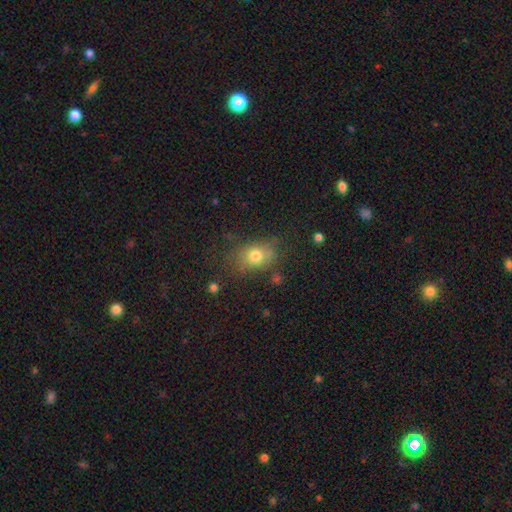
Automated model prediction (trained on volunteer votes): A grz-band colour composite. It shows a smooth galaxy with no disk features (74%) that is in between round and cigar-shaped (61%). Merging: none (69%).